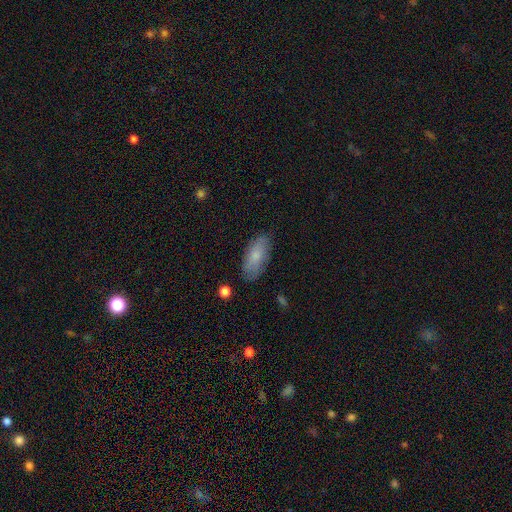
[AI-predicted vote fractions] Overall: smooth (72%). How rounded: in between (87%). Merging: none (79%).